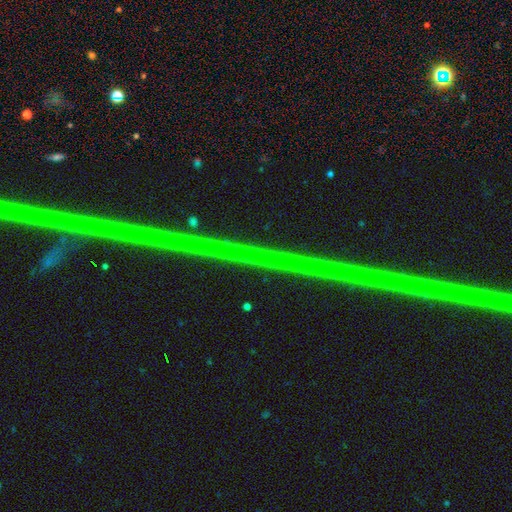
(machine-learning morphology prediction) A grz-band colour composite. It shows a star or artifact, not a galaxy (89%).